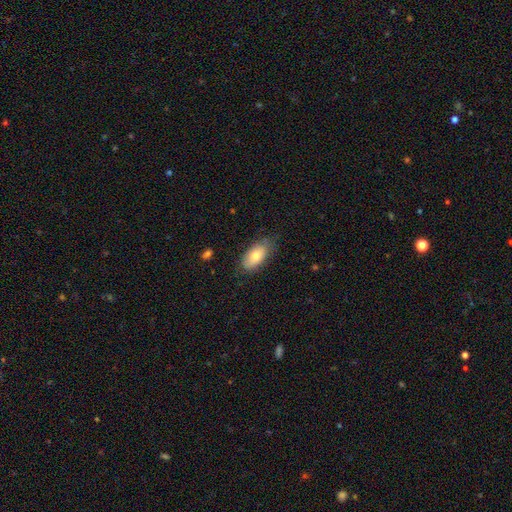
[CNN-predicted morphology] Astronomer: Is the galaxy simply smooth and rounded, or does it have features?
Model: smooth — 74%.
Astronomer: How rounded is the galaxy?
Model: in between — 92%.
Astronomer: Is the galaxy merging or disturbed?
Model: none — 71%.